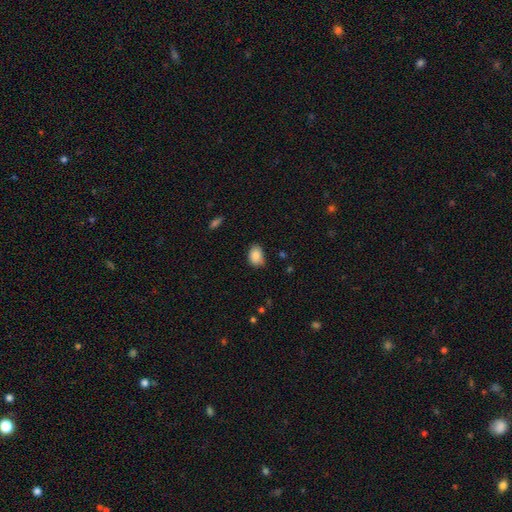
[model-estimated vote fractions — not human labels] smooth_or_featured: smooth (p=0.87) [alt: star or artifact p=0.08]
how_rounded: in between (p=0.80) [alt: round p=0.19]
merging: none (p=0.73) [alt: minor disturbance p=0.22]